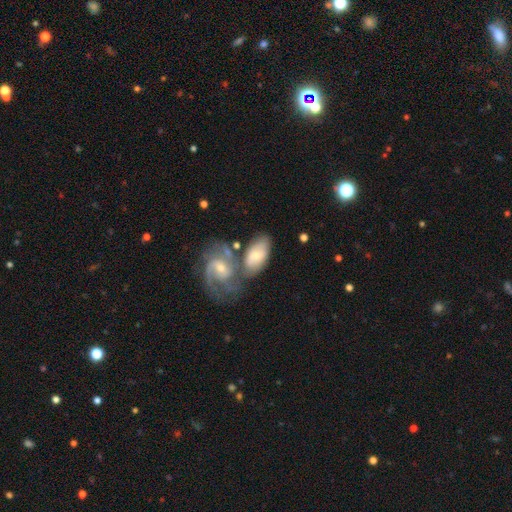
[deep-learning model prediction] This appears to be a featured or disk galaxy (50%). Merging: merger (41%).